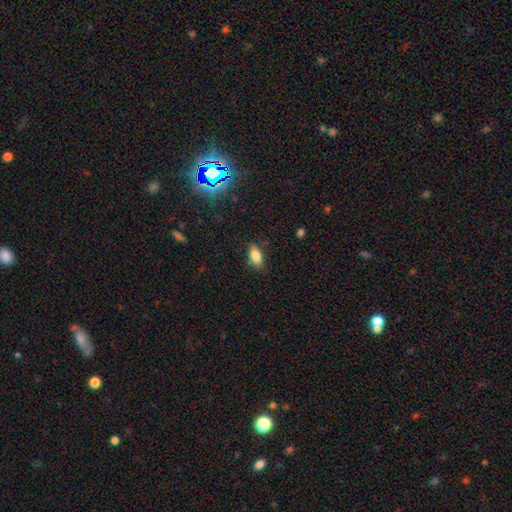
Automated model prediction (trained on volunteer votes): A smooth galaxy with no disk features (83%) that is in between round and cigar-shaped (87%). Merging: none (81%).